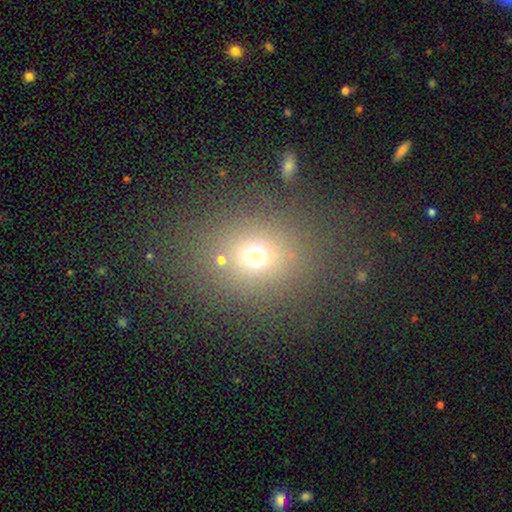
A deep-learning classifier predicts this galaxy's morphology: Smooth or featured? Predicted: smooth (p=0.68). How rounded? Predicted: round (p=0.66). Merging? Predicted: none (p=0.77).